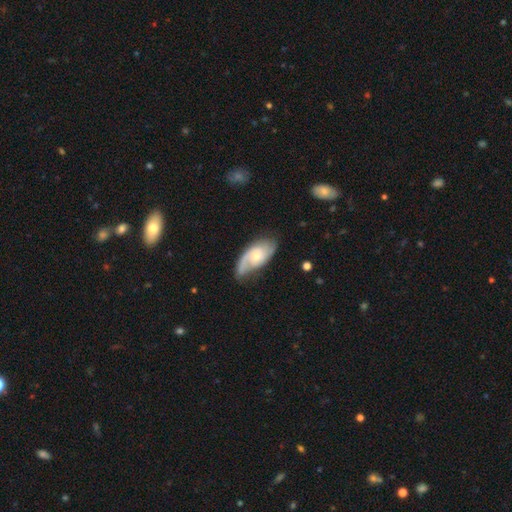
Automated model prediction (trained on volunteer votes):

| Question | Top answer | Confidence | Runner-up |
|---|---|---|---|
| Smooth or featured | featured or disk | 76% | smooth (19%) |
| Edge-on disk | no | 94% | yes (6%) |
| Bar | no | 68% | weak (28%) |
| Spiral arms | yes | 93% | no (7%) |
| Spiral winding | medium | 43% | tight (37%) |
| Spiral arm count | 2 | 63% | 1 (15%) |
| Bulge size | moderate | 47% | tied: small (47%) |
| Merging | none | 67% | minor disturbance (22%) |